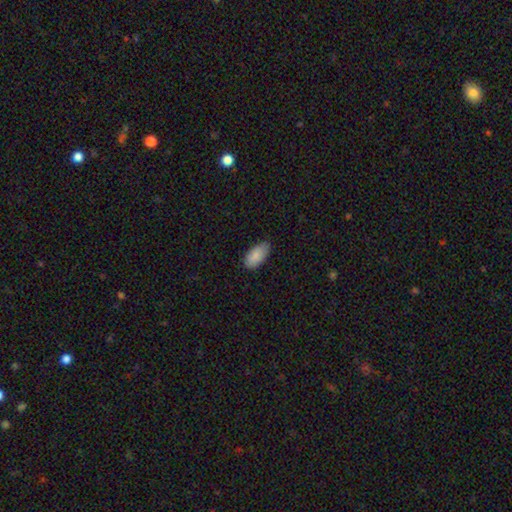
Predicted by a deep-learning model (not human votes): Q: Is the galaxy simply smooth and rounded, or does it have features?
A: smooth — 87%.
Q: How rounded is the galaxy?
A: in between — 94%.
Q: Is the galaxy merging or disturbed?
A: none — 73%.